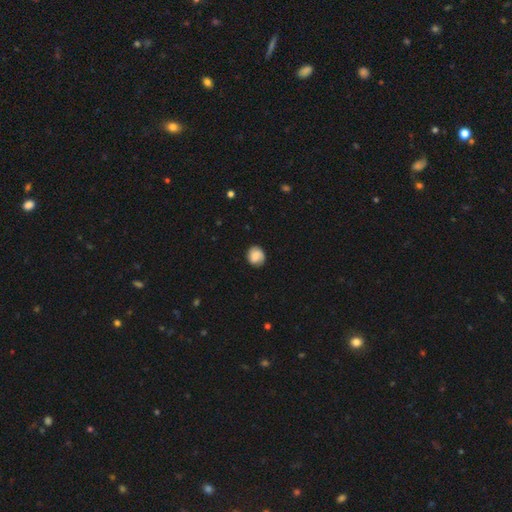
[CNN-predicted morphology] smooth_or_featured: smooth (p=0.73) [alt: featured or disk p=0.19]
how_rounded: round (p=0.78) [alt: in between p=0.21]
merging: none (p=0.78) [alt: minor disturbance p=0.16]